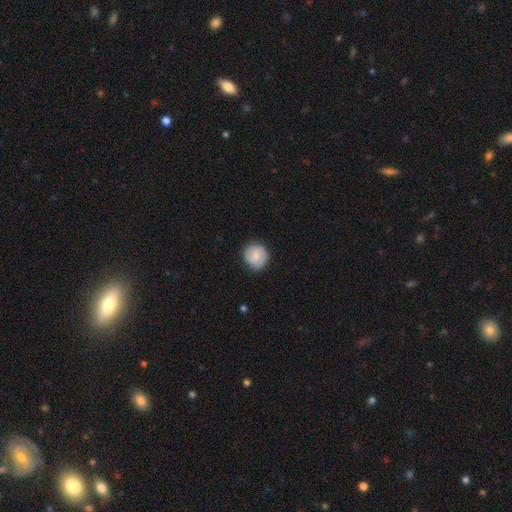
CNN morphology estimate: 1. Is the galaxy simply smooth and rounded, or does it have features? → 62% smooth, 32% featured or disk, 6% star or artifact.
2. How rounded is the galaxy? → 90% round, 9% in between, 1% cigar-shaped.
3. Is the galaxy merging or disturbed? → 81% none, 15% minor disturbance, 3% major disturbance, 1% merger.